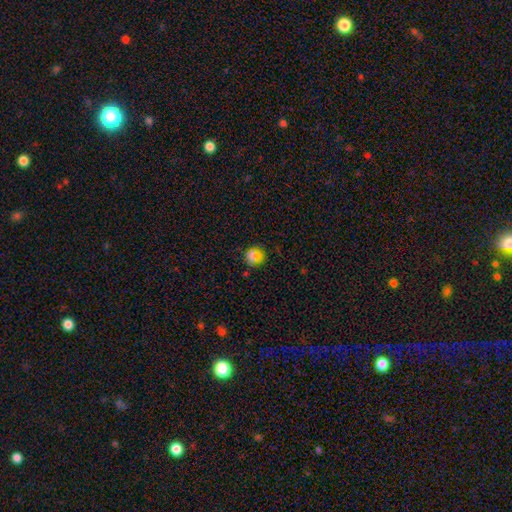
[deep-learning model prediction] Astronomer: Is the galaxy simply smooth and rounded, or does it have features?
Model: smooth — 70%.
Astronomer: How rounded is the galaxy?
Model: round — 87%.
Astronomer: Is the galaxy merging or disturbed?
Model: none — 83%.